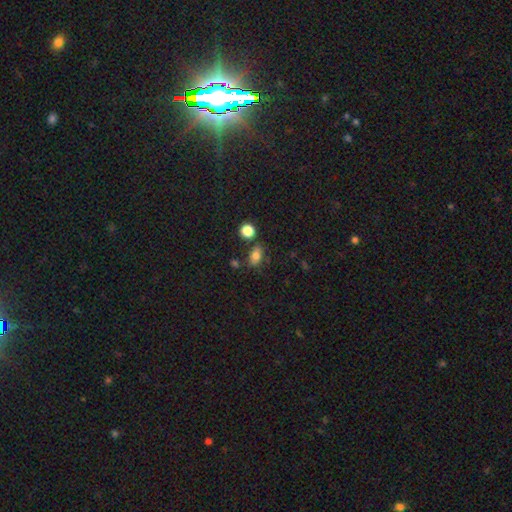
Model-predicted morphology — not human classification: type=smooth (78%); roundness=in between (78%); merging=none (71%).